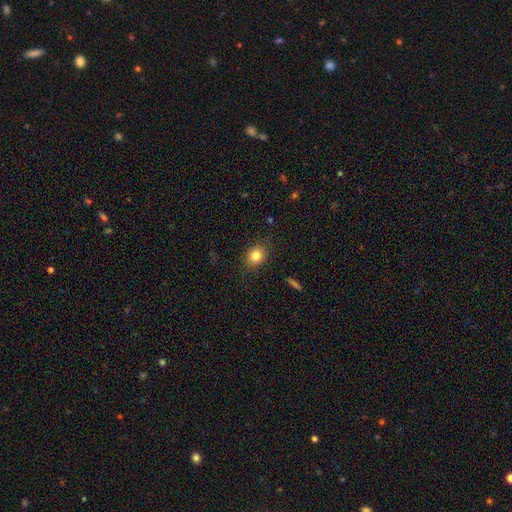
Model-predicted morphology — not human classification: smooth_or_featured: smooth (p=0.82) [alt: star or artifact p=0.10]
how_rounded: round (p=0.56) [alt: in between p=0.43]
merging: none (p=0.84) [alt: minor disturbance p=0.12]